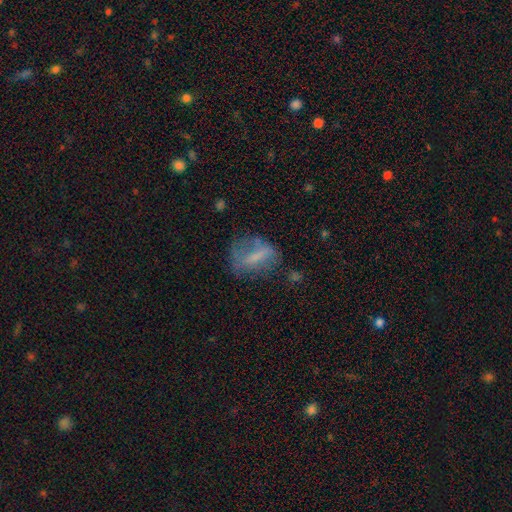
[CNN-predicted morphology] A smooth galaxy with no disk features (51%) that is in between round and cigar-shaped (65%). Merging: none (45%).